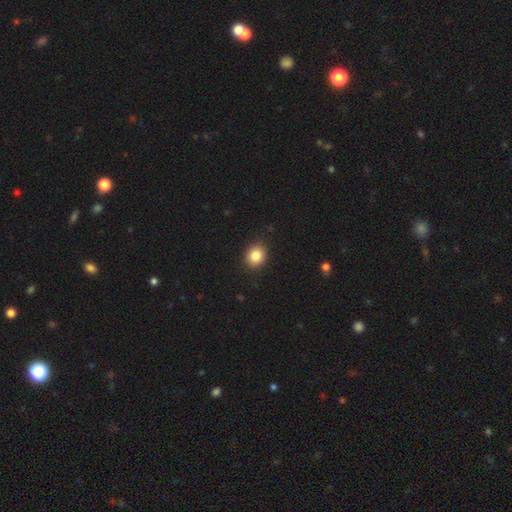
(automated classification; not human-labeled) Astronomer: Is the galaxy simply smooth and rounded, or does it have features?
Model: smooth — 85%.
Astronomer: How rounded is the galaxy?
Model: round — 67%.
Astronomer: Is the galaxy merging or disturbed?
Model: none — 88%.